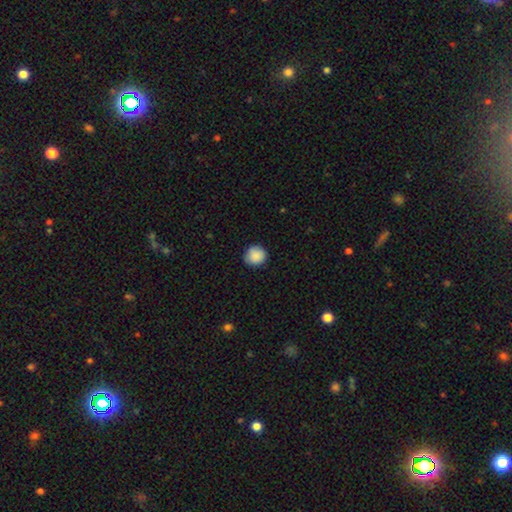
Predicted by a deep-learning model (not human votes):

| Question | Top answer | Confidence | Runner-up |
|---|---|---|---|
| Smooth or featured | smooth | 89% | star or artifact (8%) |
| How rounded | round | 90% | in between (9%) |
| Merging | none | 87% | minor disturbance (10%) |